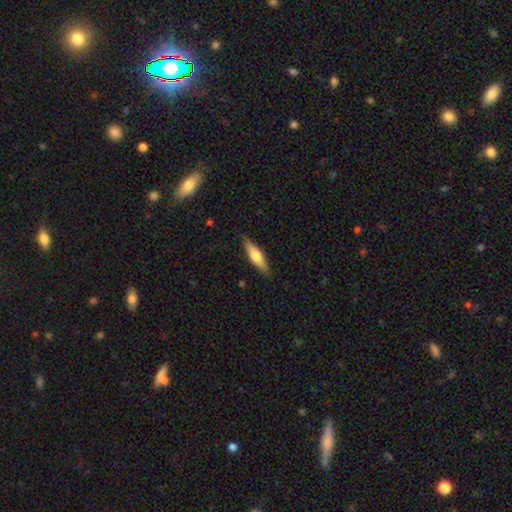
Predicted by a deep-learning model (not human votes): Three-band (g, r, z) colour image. It shows a smooth galaxy with no disk features (52%) that is cigar-shaped (66%). Merging: none (87%).